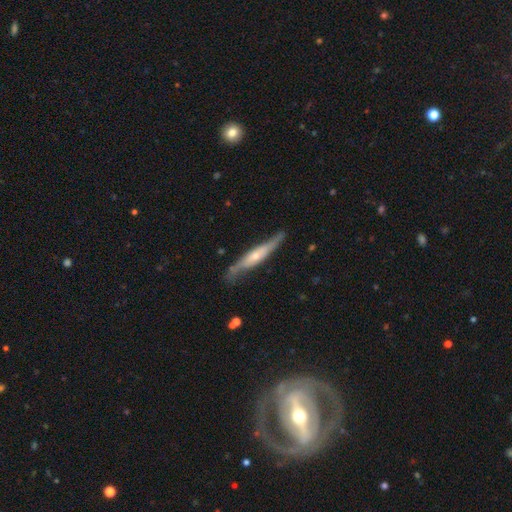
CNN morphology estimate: Smooth or featured? Predicted: featured or disk (p=0.67). Edge-on disk? Predicted: yes (p=0.75). Edge-on bulge? Predicted: rounded (p=0.71). Merging? Predicted: none (p=0.73).